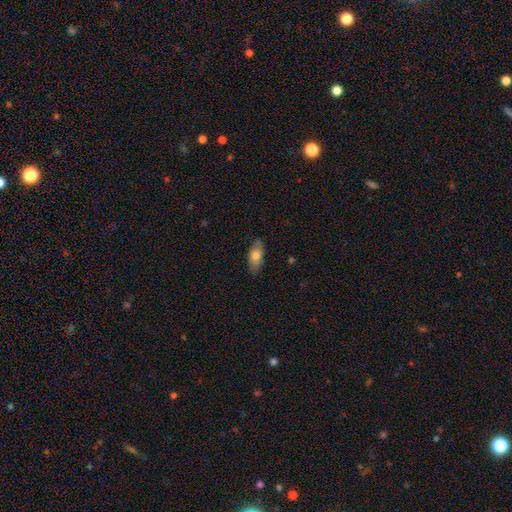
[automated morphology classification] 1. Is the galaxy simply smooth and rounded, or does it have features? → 71% smooth, 22% featured or disk, 7% star or artifact.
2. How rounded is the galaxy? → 86% in between, 10% cigar-shaped, 4% round.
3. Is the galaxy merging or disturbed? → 80% none, 16% minor disturbance, 3% major disturbance, 1% merger.